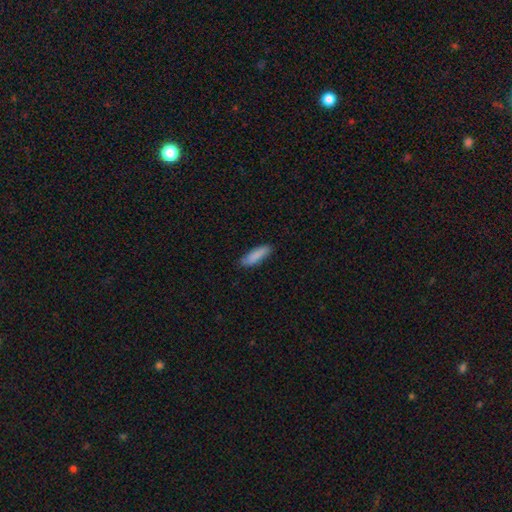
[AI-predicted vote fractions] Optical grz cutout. It shows a smooth galaxy with no disk features (86%) that is cigar-shaped (58%). Merging: none (83%).